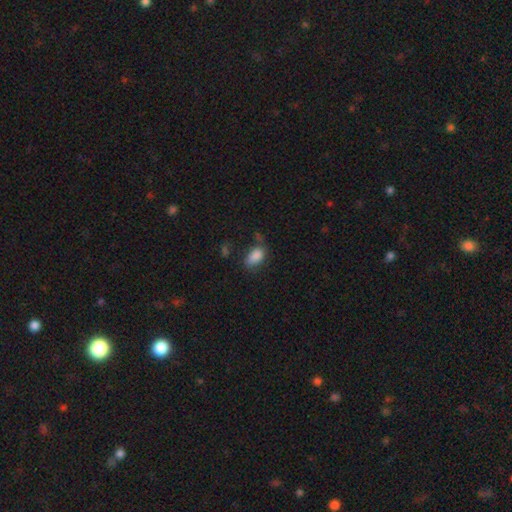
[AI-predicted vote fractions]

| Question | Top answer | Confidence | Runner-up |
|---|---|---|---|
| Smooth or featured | smooth | 85% | star or artifact (9%) |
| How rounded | in between | 90% | round (7%) |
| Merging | none | 58% | minor disturbance (25%) |